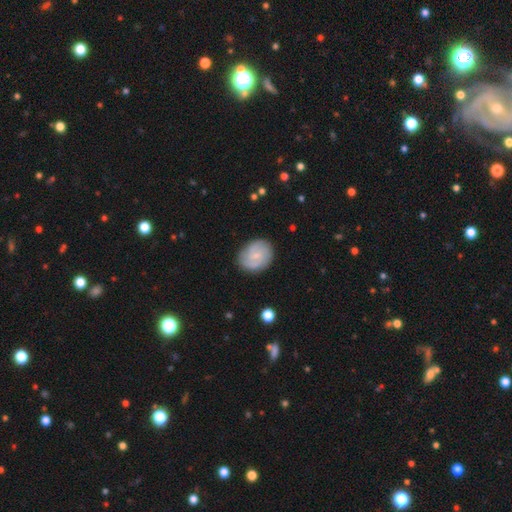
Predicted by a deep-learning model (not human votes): This appears to be a featured or disk galaxy (57%) with no bar (48%), spiral arms (88%) and a small central bulge (68%). Merging: none (81%).